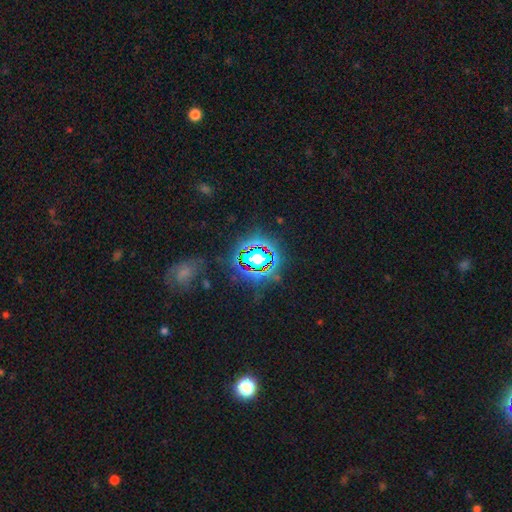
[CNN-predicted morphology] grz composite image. It shows a star or artifact, not a galaxy (68%).